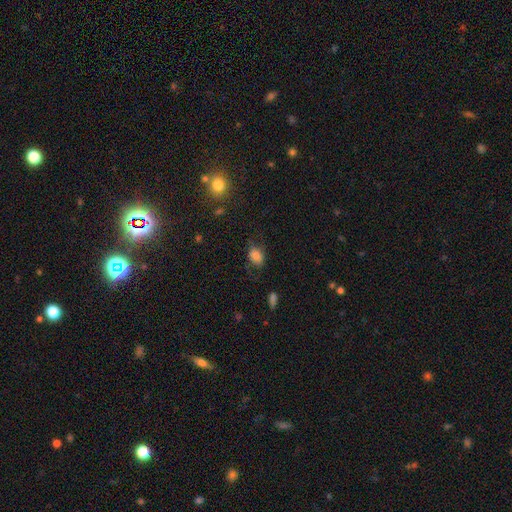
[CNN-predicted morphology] A smooth galaxy with no disk features (77%) that is in between round and cigar-shaped (69%). Merging: none (64%).